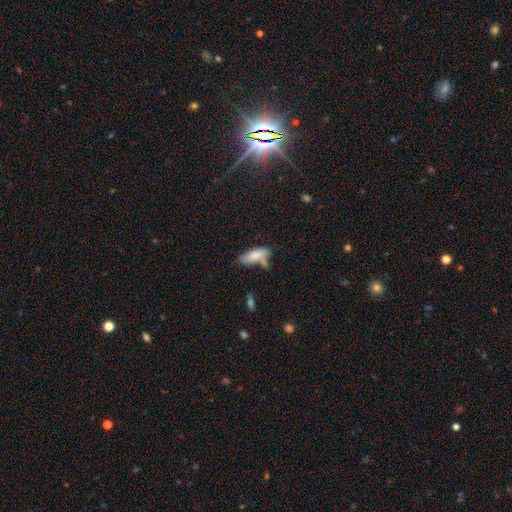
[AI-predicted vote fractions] smooth_or_featured: smooth (p=0.79) [alt: featured or disk p=0.14]
how_rounded: in between (p=0.64) [alt: cigar-shaped p=0.34]
merging: none (p=0.55) [alt: minor disturbance p=0.22]